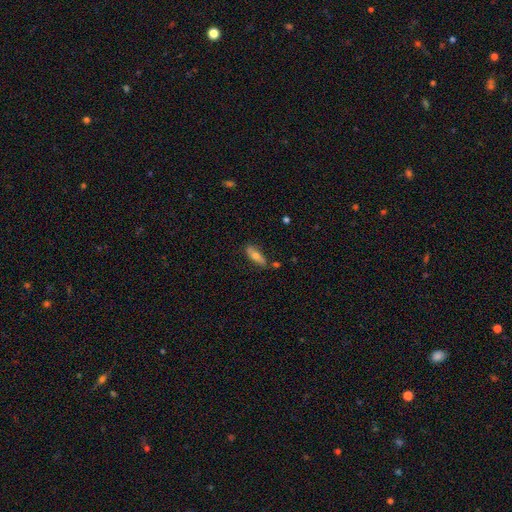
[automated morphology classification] Smooth or featured? smooth (66%)
How rounded? in between (57%)
Merging? none (74%)